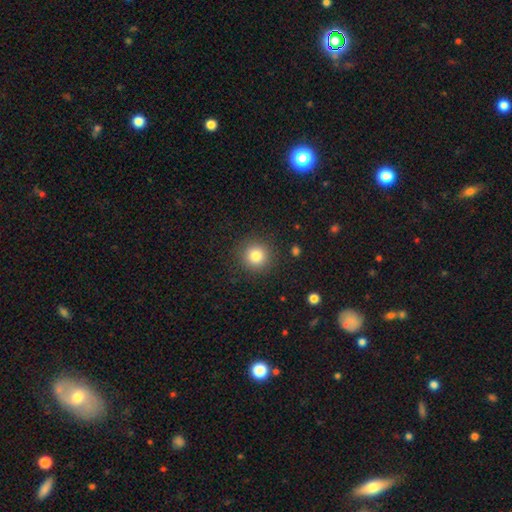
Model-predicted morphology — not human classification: A smooth galaxy with no disk features (82%) that is round (94%). Merging: none (89%).